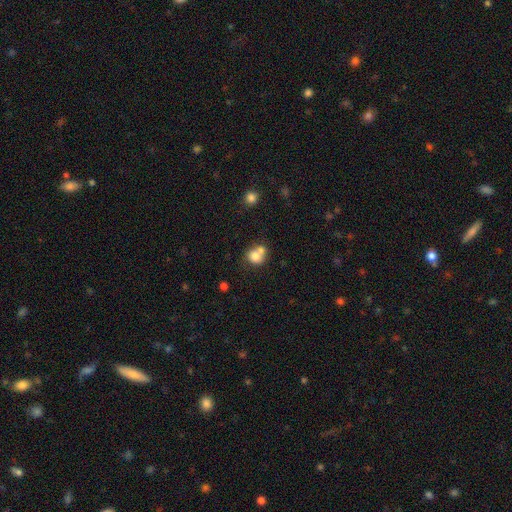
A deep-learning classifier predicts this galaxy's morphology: Overall: smooth (76%). How rounded: round (72%). Merging: merger (50%; none 36%).